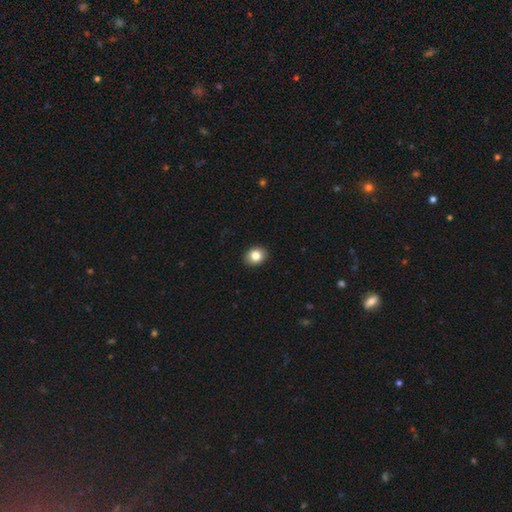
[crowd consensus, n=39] A smooth galaxy with no disk features (97%) that is round (50%, tied with in between). Merging: none (95%).